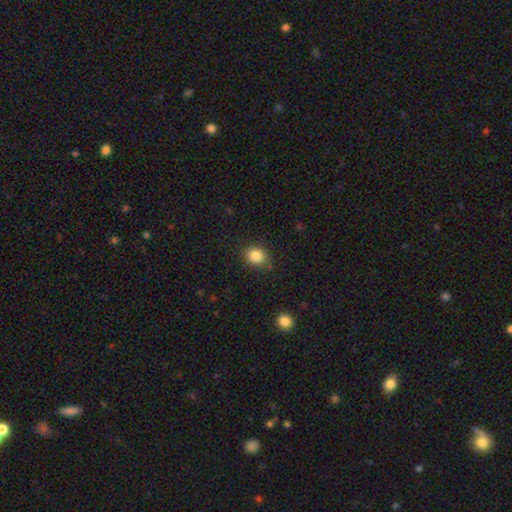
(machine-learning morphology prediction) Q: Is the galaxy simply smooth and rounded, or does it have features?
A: smooth — 85%.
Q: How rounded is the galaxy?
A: round — 63%.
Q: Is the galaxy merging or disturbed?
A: none — 84%.